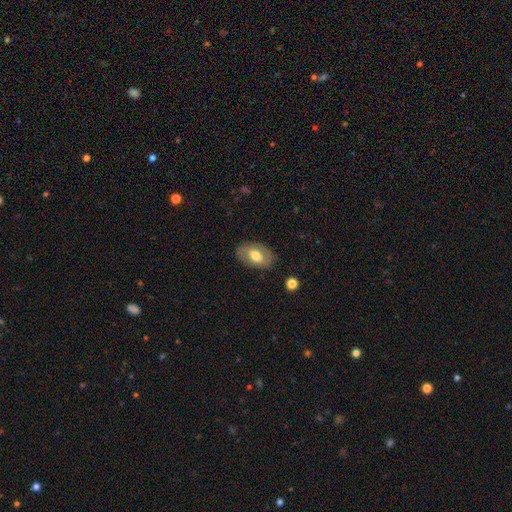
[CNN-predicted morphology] type=smooth (52%); roundness=in between (89%); merging=none (82%).